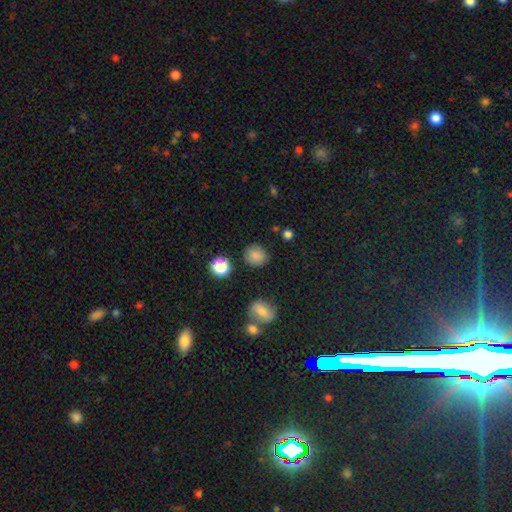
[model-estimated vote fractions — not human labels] This is clearly a smooth galaxy (83%). How rounded: clearly round (81%). Merging: clearly none (80%).